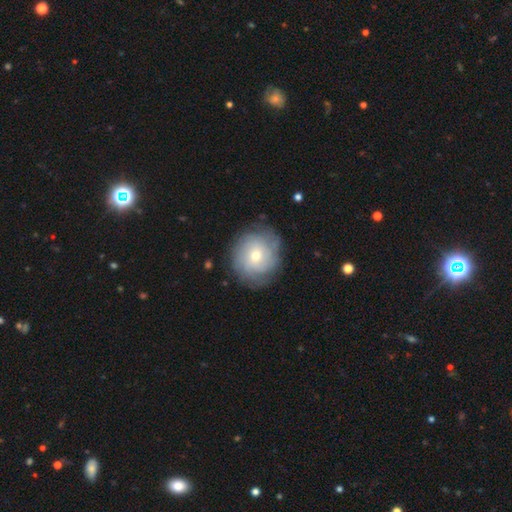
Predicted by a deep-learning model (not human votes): Smooth or featured? featured or disk (51%)
Edge-on disk? no (97%)
Merging? none (77%)